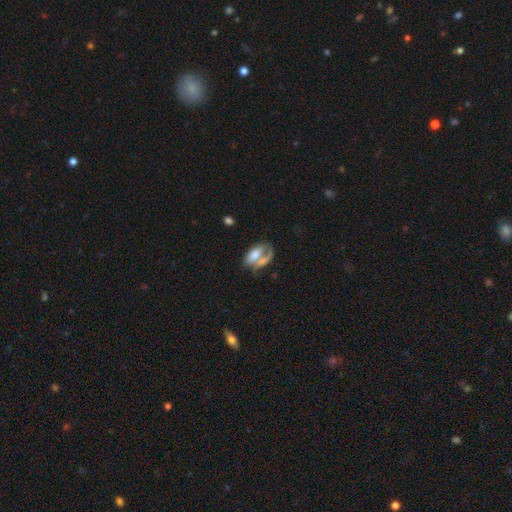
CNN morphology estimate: Overall: smooth (58%; featured or disk 34%). How rounded: in between (88%). Merging: merger (47%; none 25%).